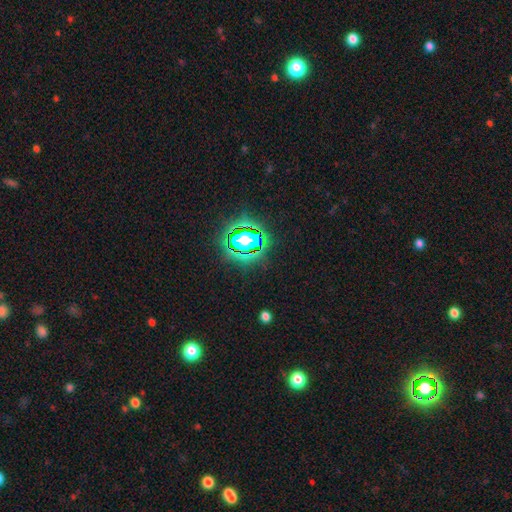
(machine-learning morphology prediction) Q: Smooth or featured?
A: star or artifact (80%); runner-up: smooth (13%)